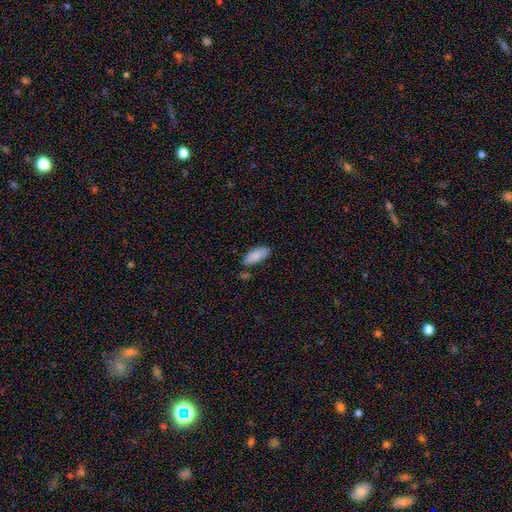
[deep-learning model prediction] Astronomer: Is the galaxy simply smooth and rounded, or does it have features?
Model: smooth — 87%.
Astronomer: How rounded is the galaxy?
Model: in between — 83%.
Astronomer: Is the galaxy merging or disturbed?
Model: none — 78%.